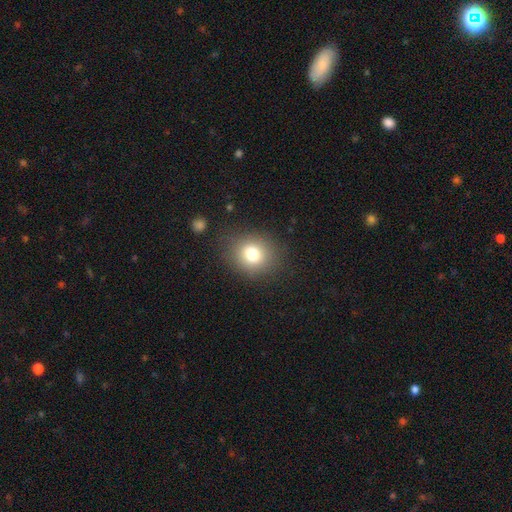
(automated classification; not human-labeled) A smooth galaxy with no disk features (70%) that is round (76%). Merging: none (90%).